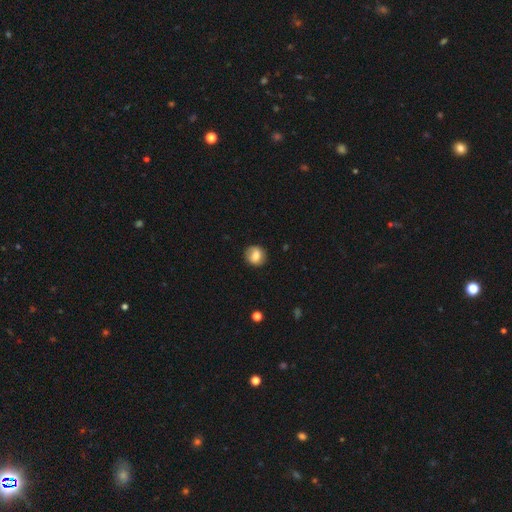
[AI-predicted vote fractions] Q: Smooth or featured?
A: smooth (75%); runner-up: featured or disk (16%)
Q: How rounded?
A: round (79%); runner-up: in between (20%)
Q: Merging?
A: none (82%); runner-up: minor disturbance (13%)